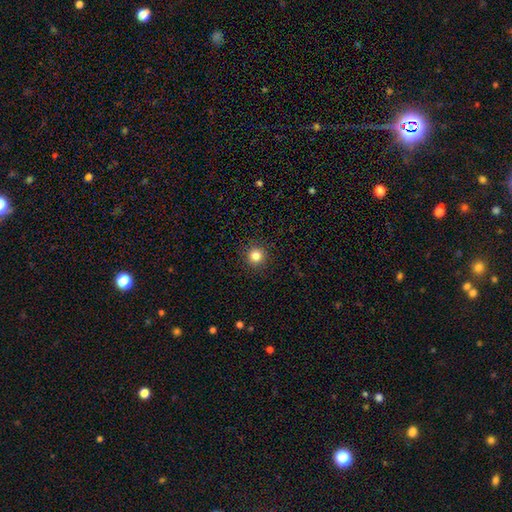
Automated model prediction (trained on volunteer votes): Smooth or featured: smooth — 84% (star or artifact — 12%)
How rounded: round — 95% (in between — 4%)
Merging: none — 92% (minor disturbance — 5%)